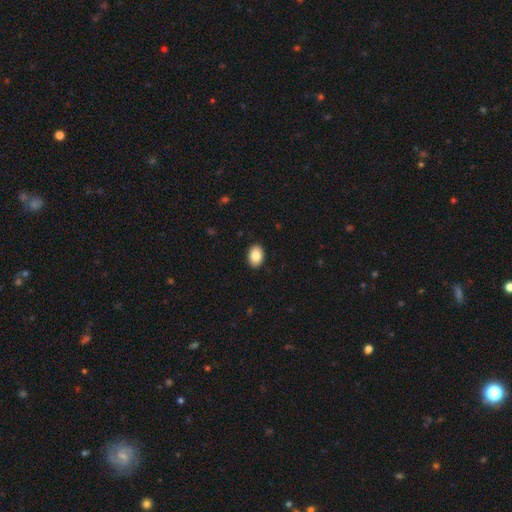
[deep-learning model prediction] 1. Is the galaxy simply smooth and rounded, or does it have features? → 85% smooth, 7% featured or disk, 7% star or artifact.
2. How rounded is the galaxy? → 84% in between, 15% round, 1% cigar-shaped.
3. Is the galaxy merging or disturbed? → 91% none, 7% minor disturbance, 2% major disturbance, 1% merger.